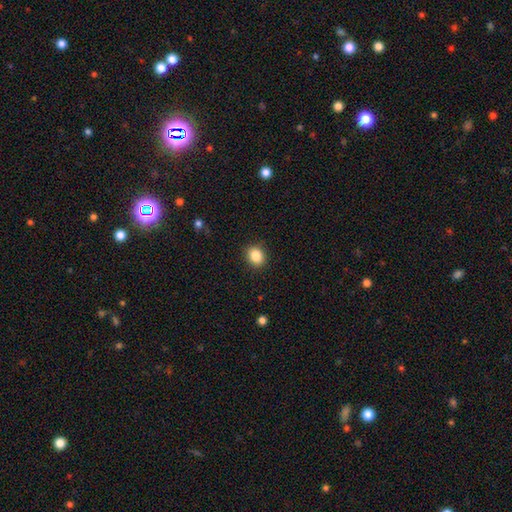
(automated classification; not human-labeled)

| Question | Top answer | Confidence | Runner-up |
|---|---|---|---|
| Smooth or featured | smooth | 86% | star or artifact (9%) |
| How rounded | round | 61% | in between (38%) |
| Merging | none | 89% | minor disturbance (8%) |